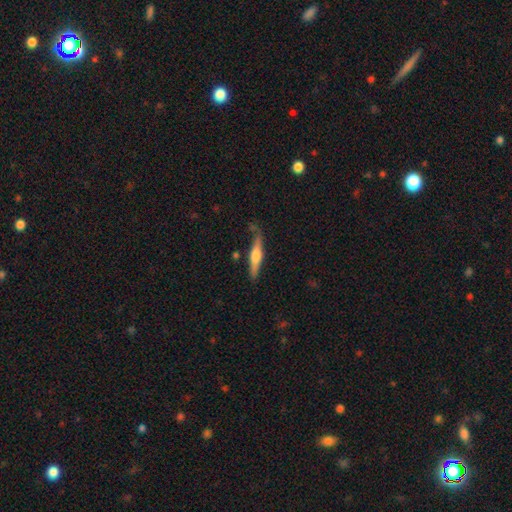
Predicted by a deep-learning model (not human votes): Q: Smooth or featured?
A: featured or disk (55%); runner-up: smooth (39%)
Q: Edge-on disk?
A: yes (95%); runner-up: no (5%)
Q: Edge-on bulge?
A: rounded (87%); runner-up: boxy (8%)
Q: Merging?
A: none (75%); runner-up: minor disturbance (17%)